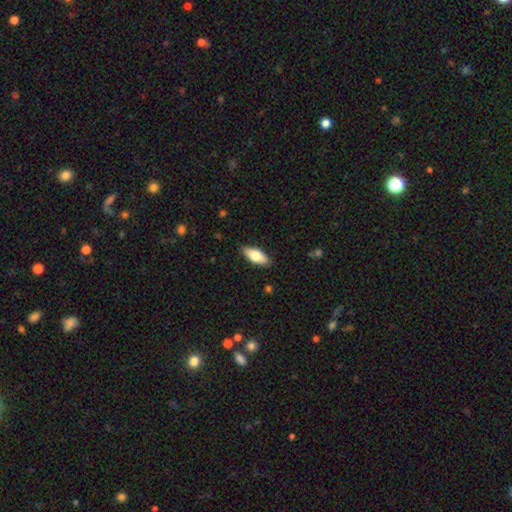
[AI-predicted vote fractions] smooth-or-featured: smooth: 74% | featured or disk: 20% | star or artifact: 6%
  how-rounded: in between: 84% | cigar-shaped: 14% | round: 2%
  merging: none: 87% | minor disturbance: 10% | major disturbance: 2% | merger: 1%